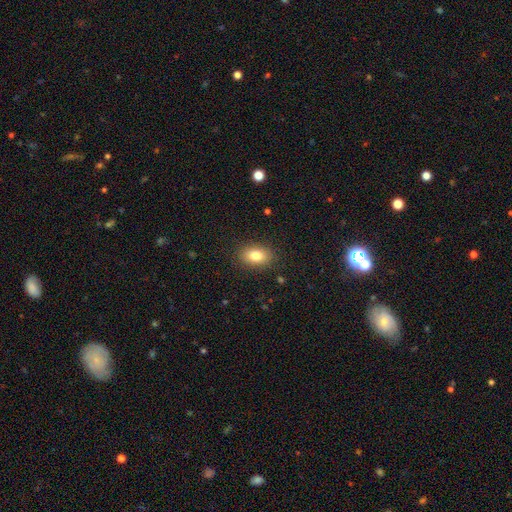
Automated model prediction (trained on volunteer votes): smooth-or-featured: smooth: 82% | star or artifact: 9% | featured or disk: 9%
  how-rounded: in between: 80% | round: 19% | cigar-shaped: 1%
  merging: none: 87% | minor disturbance: 9% | major disturbance: 3% | merger: 1%